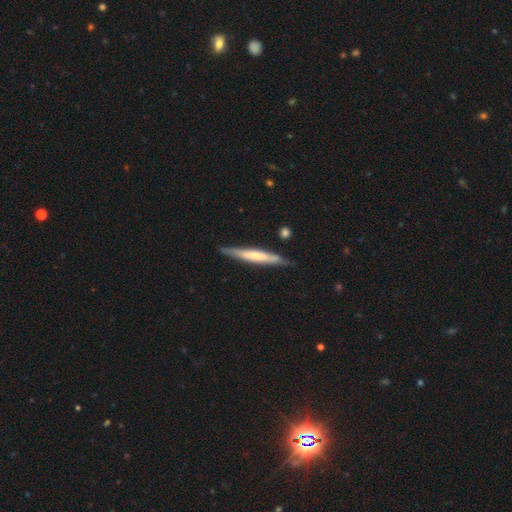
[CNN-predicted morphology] The model was most divided on "smooth or featured": smooth: 48%, featured or disk: 47%, star or artifact: 5%. More confident: merging — none (80%).